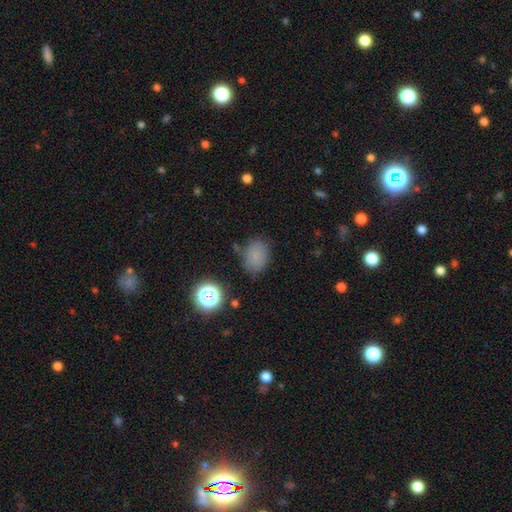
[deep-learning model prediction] Morphology: type=smooth (79%); roundness=in between (67%); merging=none (75%).